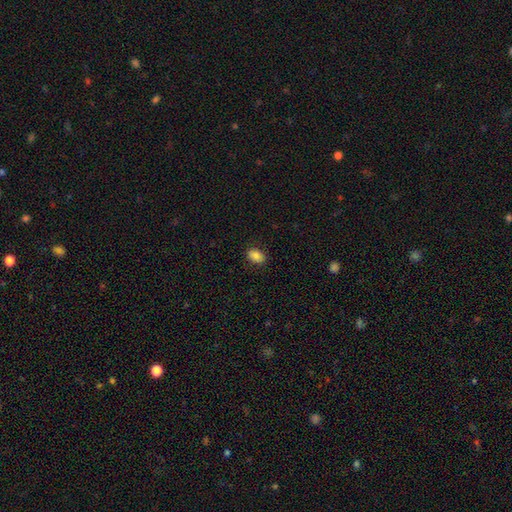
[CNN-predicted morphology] This is clearly a smooth galaxy (85%). How rounded: clearly in between (83%). Merging: clearly none (88%).